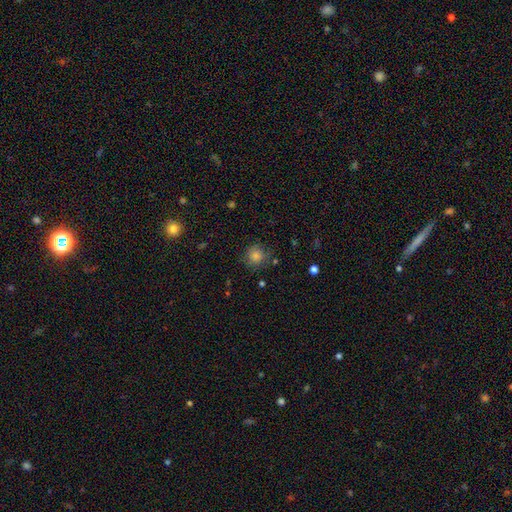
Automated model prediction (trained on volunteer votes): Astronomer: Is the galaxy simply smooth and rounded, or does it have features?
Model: smooth — 77%.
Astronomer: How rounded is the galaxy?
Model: round — 91%.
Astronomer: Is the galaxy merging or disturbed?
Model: none — 78%.